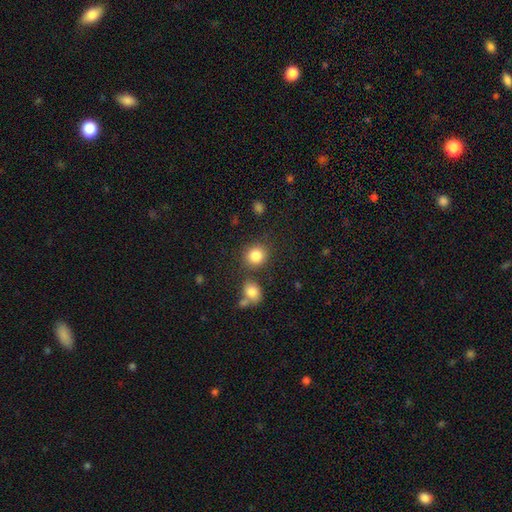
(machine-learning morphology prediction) Overall: smooth (84%). How rounded: round (83%). Merging: none (76%).